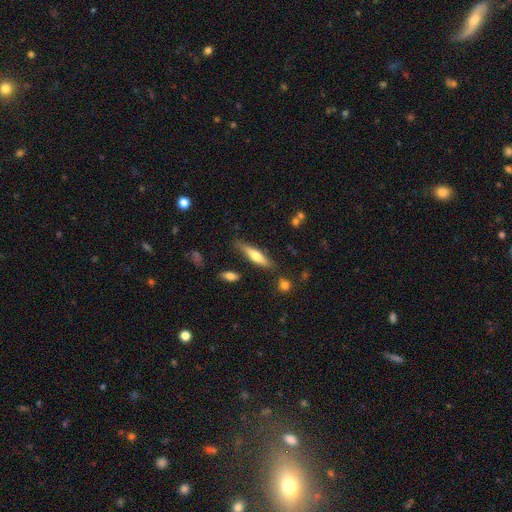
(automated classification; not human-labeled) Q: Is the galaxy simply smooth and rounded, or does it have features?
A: smooth — 55%.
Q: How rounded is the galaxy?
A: cigar-shaped — 74%.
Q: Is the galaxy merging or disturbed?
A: none — 75%.